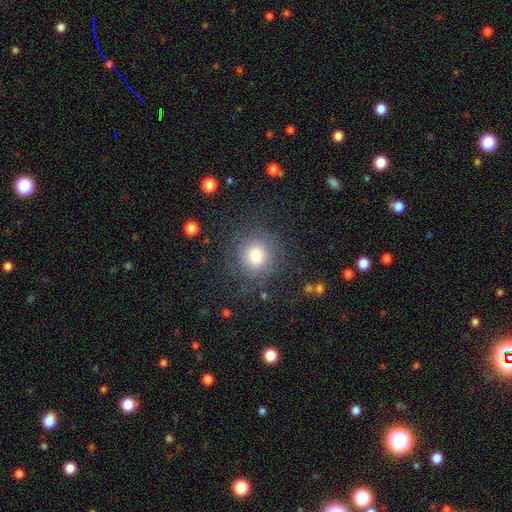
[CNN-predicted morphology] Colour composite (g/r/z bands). It shows a smooth galaxy with no disk features (66%) that is round (90%). Merging: none (77%).